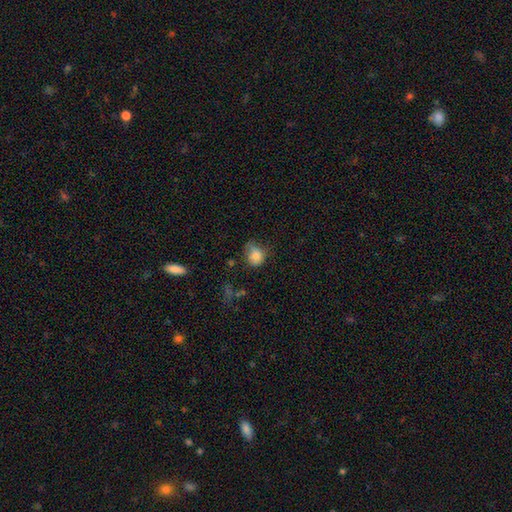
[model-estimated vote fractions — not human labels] Q: Smooth or featured?
A: smooth (80%); runner-up: star or artifact (10%)
Q: How rounded?
A: round (64%); runner-up: in between (34%)
Q: Merging?
A: none (43%); runner-up: minor disturbance (37%)